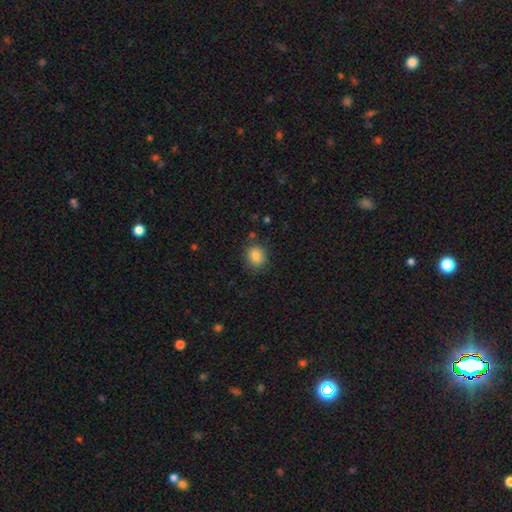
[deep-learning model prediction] Smooth or featured?
  - smooth: 85% *
  - star or artifact: 9%
  - featured or disk: 6%
How rounded?
  - round: 67% *
  - in between: 32%
  - cigar-shaped: 1%
Merging?
  - none: 83% *
  - minor disturbance: 12%
  - major disturbance: 3%
  - merger: 2%